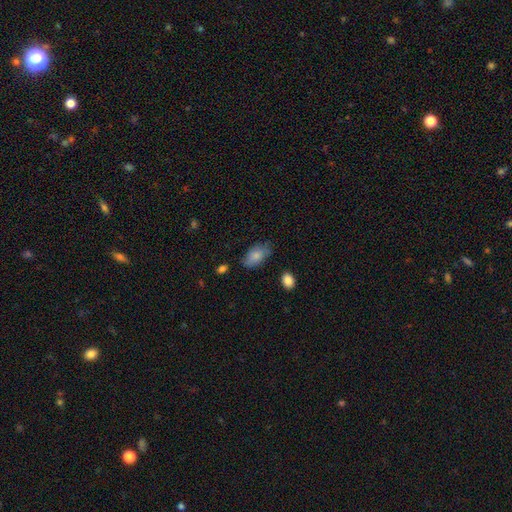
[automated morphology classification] This is clearly a smooth galaxy (80%). How rounded: clearly in between (92%). Merging: likely none (66%).